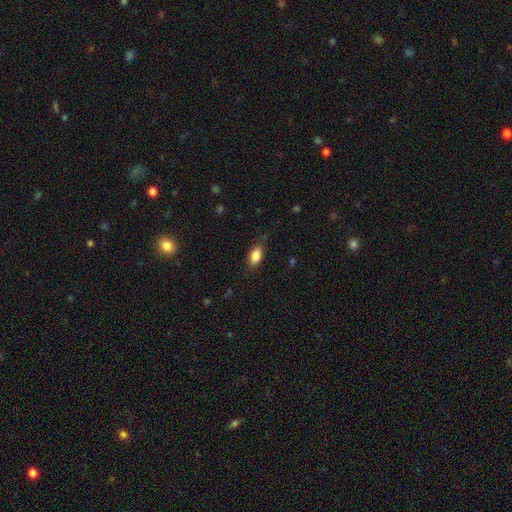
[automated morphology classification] Smooth or featured: smooth — 86% (star or artifact — 8%)
How rounded: in between — 89% (round — 6%)
Merging: none — 81% (minor disturbance — 14%)